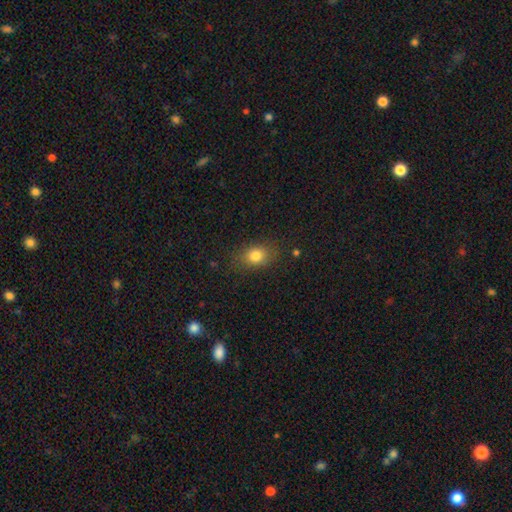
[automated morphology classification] type=smooth (80%); roundness=in between (59%); merging=none (81%).